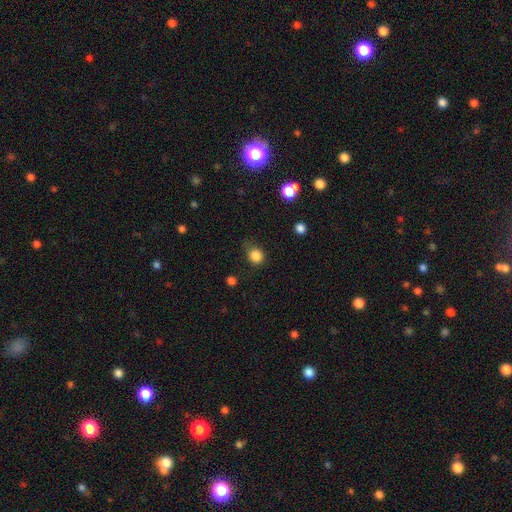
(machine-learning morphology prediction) Overall: smooth (84%). How rounded: round (75%). Merging: none (67%).